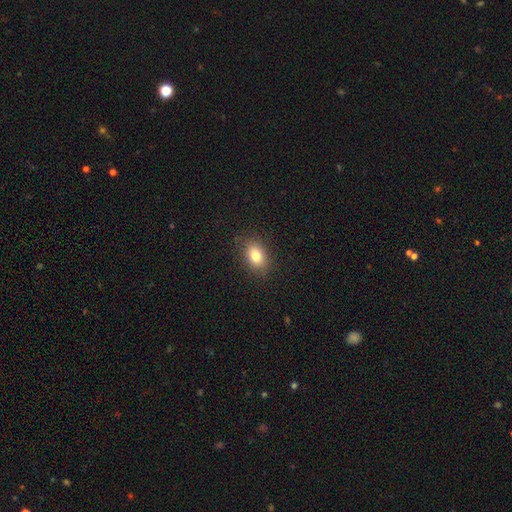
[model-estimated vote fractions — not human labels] Q: Smooth or featured?
A: smooth (82%); runner-up: star or artifact (10%)
Q: How rounded?
A: in between (79%); runner-up: round (19%)
Q: Merging?
A: none (86%); runner-up: minor disturbance (10%)